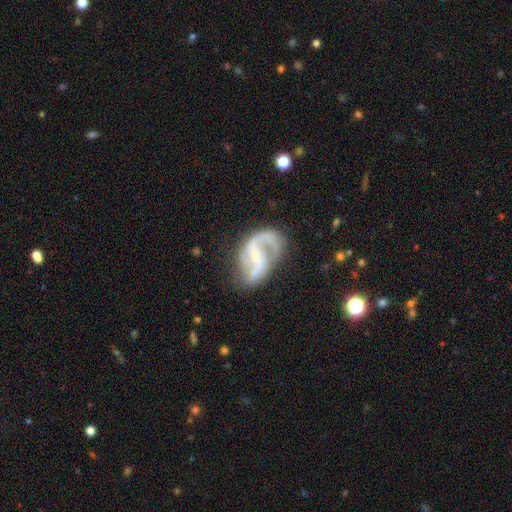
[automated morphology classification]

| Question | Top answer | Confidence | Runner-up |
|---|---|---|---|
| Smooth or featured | featured or disk | 88% | smooth (6%) |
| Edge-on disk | no | 98% | yes (2%) |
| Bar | weak | 43% | strong (33%) |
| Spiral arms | yes | 95% | no (5%) |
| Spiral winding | medium | 45% | loose (42%) |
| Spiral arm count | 2 | 86% | 1 (5%) |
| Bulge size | small | 66% | moderate (19%) |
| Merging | none | 59% | minor disturbance (22%) |